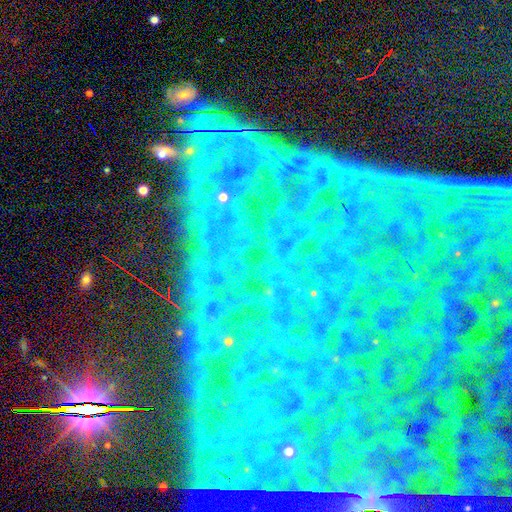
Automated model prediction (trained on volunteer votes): Overall: star or artifact (87%).